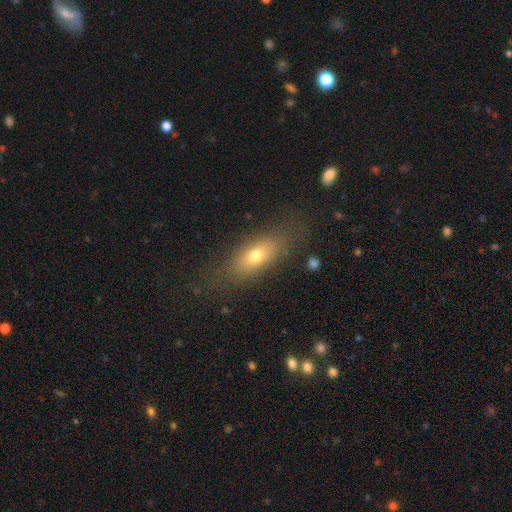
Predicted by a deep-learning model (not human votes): Smooth or featured?
  - smooth: 67% *
  - featured or disk: 23%
  - star or artifact: 10%
How rounded?
  - in between: 68% *
  - cigar-shaped: 25%
  - round: 7%
Merging?
  - none: 75% *
  - minor disturbance: 15%
  - major disturbance: 8%
  - merger: 2%